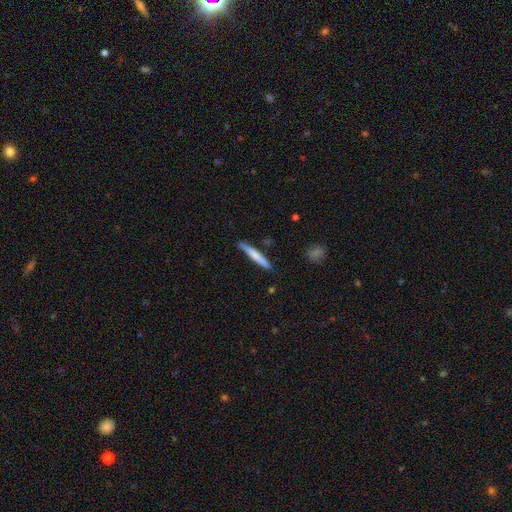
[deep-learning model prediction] Morphology: type=smooth (68%); roundness=cigar-shaped (95%); merging=none (84%).